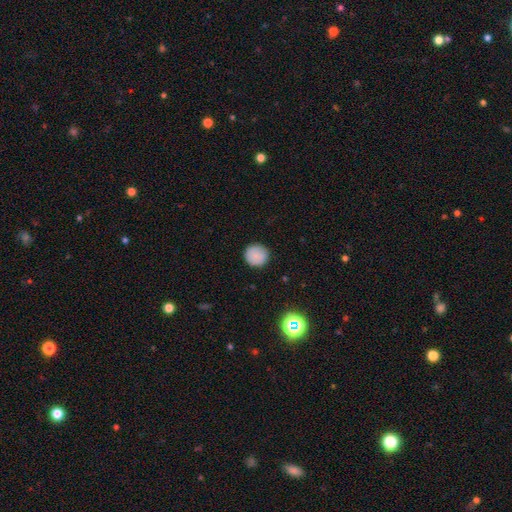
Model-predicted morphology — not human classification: smooth-or-featured: smooth: 86% | star or artifact: 9% | featured or disk: 5%
  how-rounded: round: 94% | in between: 5% | cigar-shaped: 1%
  merging: none: 90% | minor disturbance: 7% | major disturbance: 2% | merger: 1%